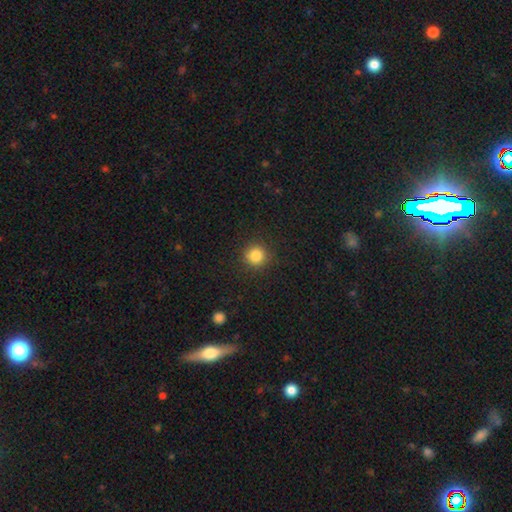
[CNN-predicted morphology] Smooth or featured?
  - smooth: 84% *
  - star or artifact: 11%
  - featured or disk: 5%
How rounded?
  - round: 94% *
  - in between: 5%
  - cigar-shaped: 1%
Merging?
  - none: 90% *
  - minor disturbance: 7%
  - major disturbance: 2%
  - merger: 1%